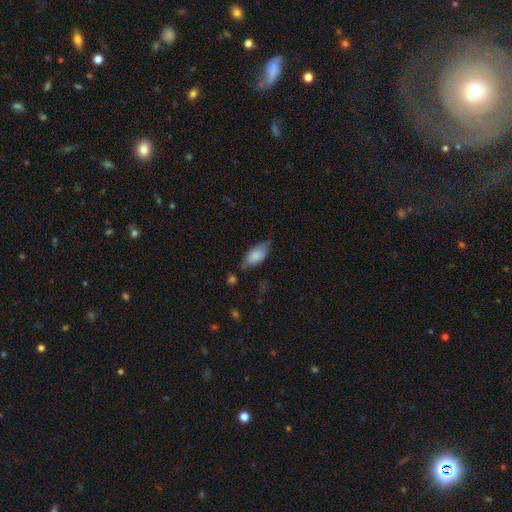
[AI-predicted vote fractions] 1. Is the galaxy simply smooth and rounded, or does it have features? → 79% smooth, 14% featured or disk, 7% star or artifact.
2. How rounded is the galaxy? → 90% in between, 7% cigar-shaped, 3% round.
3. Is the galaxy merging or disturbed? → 52% none, 34% minor disturbance, 9% major disturbance, 4% merger.